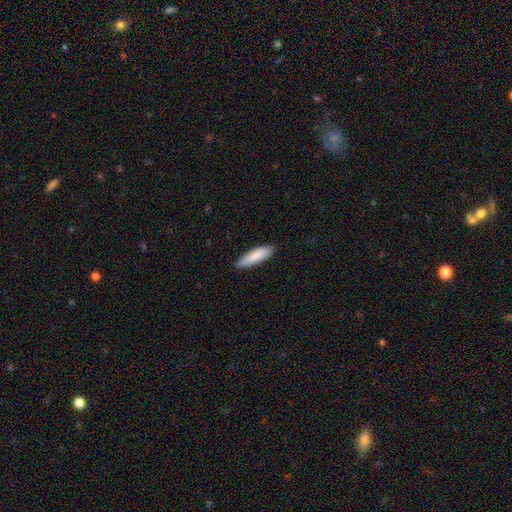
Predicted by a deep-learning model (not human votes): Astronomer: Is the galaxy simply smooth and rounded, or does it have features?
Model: smooth — 87%.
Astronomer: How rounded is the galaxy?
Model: cigar-shaped — 62% (runner-up: in between, 37%).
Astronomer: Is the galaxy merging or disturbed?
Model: none — 86%.